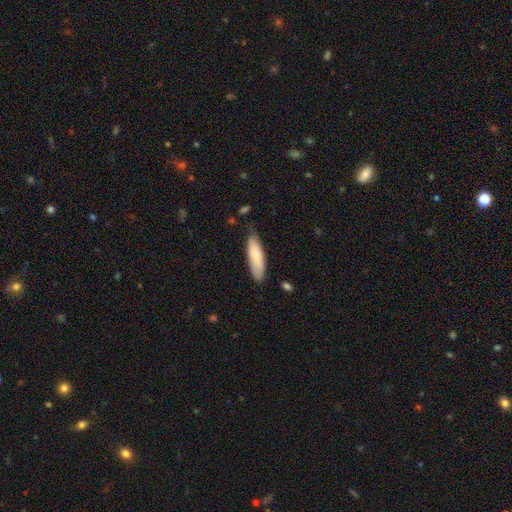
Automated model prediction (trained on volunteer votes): This is clearly a smooth galaxy (83%). How rounded: possibly cigar-shaped (56%). Merging: likely none (74%).